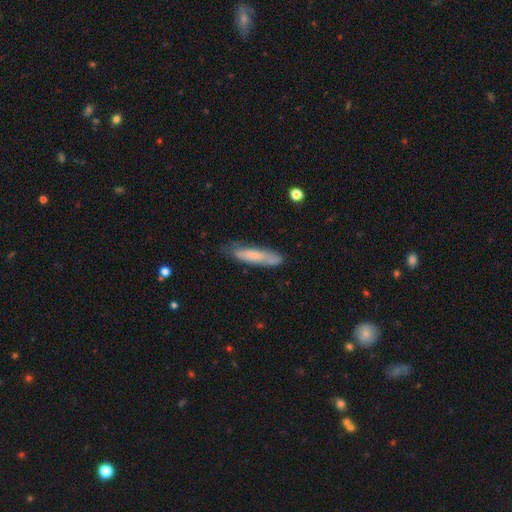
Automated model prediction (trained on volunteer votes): A smooth galaxy with no disk features (63%) that is cigar-shaped (77%).

Vote fractions:
- Smooth or featured? smooth: 63% / featured or disk: 31% / star or artifact: 6%
- How rounded? cigar-shaped: 77% / in between: 21% / round: 2%
- Merging? none: 65% / minor disturbance: 26% / major disturbance: 7% / merger: 2%